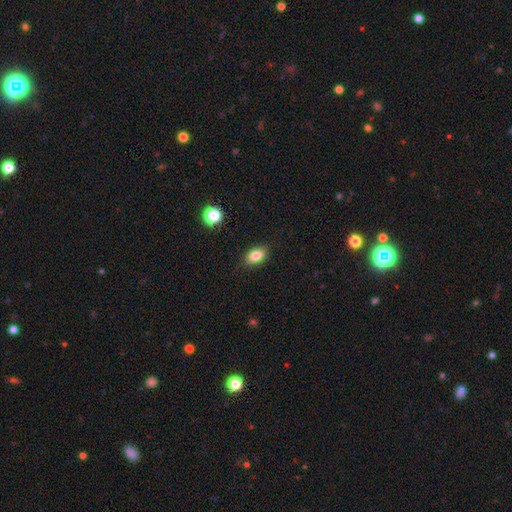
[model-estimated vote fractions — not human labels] Q: Smooth or featured?
A: smooth (83%); runner-up: star or artifact (10%)
Q: How rounded?
A: in between (85%); runner-up: round (12%)
Q: Merging?
A: none (86%); runner-up: minor disturbance (10%)